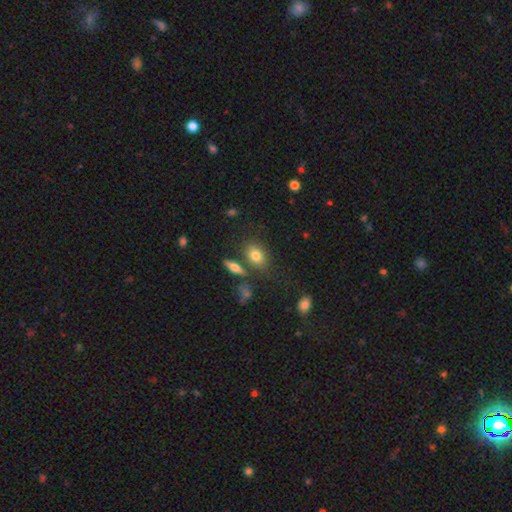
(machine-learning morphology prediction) smooth 77%, featured or disk 13%, star or artifact 10%. Down the decision tree: how rounded — in between (73%); merging — none (69%).